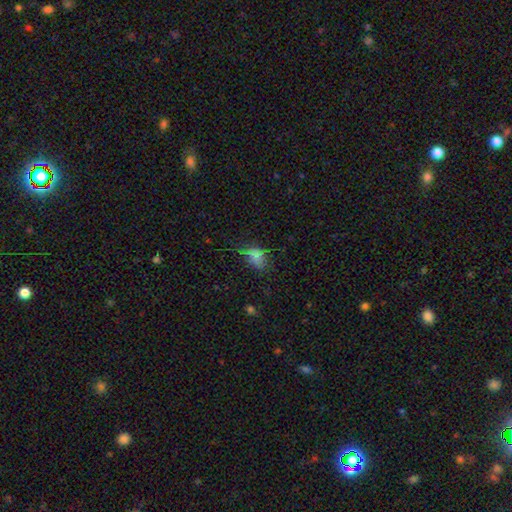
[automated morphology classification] Smooth or featured? smooth (65%)
How rounded? in between (78%)
Merging? none (43%)